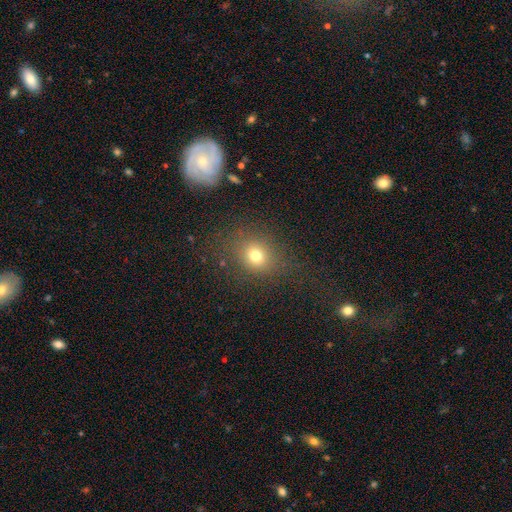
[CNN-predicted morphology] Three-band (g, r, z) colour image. It shows a smooth galaxy with no disk features (72%) that is round (65%). Merging: none (81%).